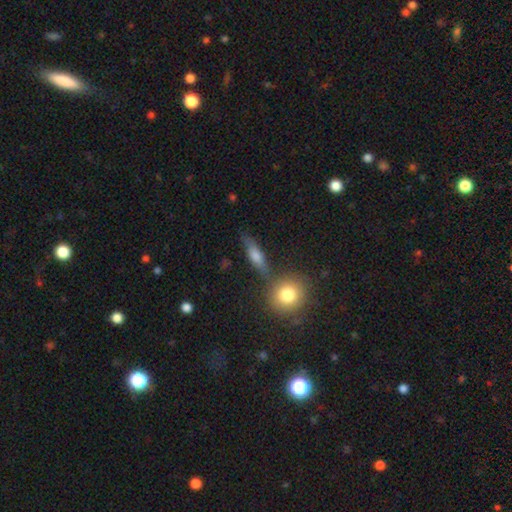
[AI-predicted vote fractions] smooth-or-featured: smooth: 48% | featured or disk: 39% | star or artifact: 13%
  merging: none: 74% | minor disturbance: 13% | merger: 8% | major disturbance: 5%